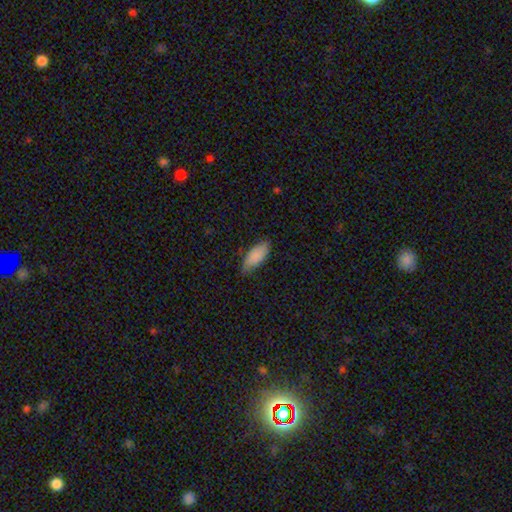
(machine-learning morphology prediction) smooth_or_featured: smooth (p=0.85) [alt: featured or disk p=0.09]
how_rounded: in between (p=0.87) [alt: cigar-shaped p=0.11]
merging: none (p=0.66) [alt: minor disturbance p=0.28]